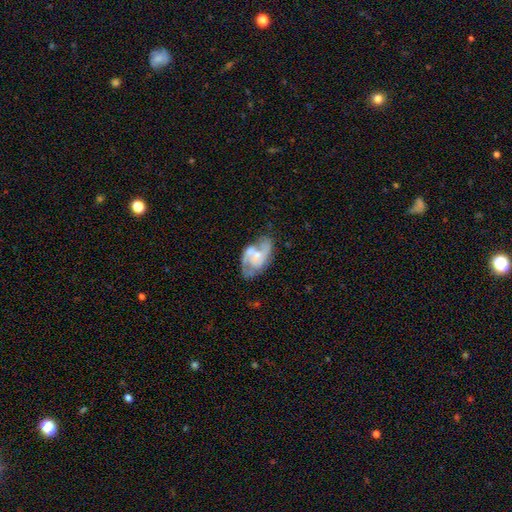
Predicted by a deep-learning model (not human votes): smooth_or_featured: featured or disk (p=0.70) [alt: smooth p=0.23]
disk_edge_on: no (p=0.97) [alt: yes p=0.03]
bar: no (p=0.64) [alt: weak p=0.30]
has_spiral_arms: yes (p=0.78) [alt: no p=0.22]
spiral_winding: medium (p=0.47) [alt: loose p=0.29]
spiral_arm_count: 2 (p=0.68) [alt: can't tell p=0.17]
bulge_size: small (p=0.50) [alt: moderate p=0.32]
merging: none (p=0.43) [alt: minor disturbance p=0.24]